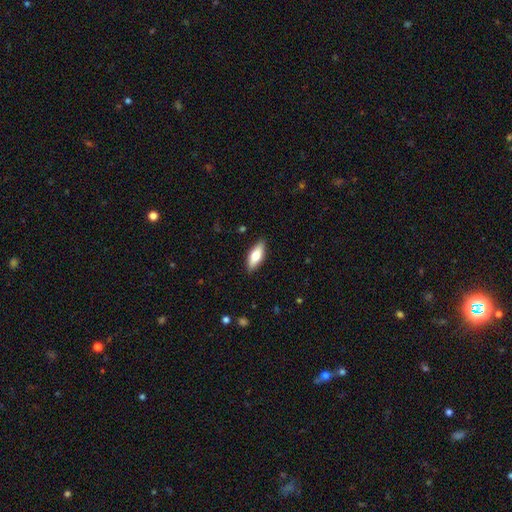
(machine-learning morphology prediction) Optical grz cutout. It shows a smooth galaxy with no disk features (69%) that is in between round and cigar-shaped (70%). Merging: none (88%).